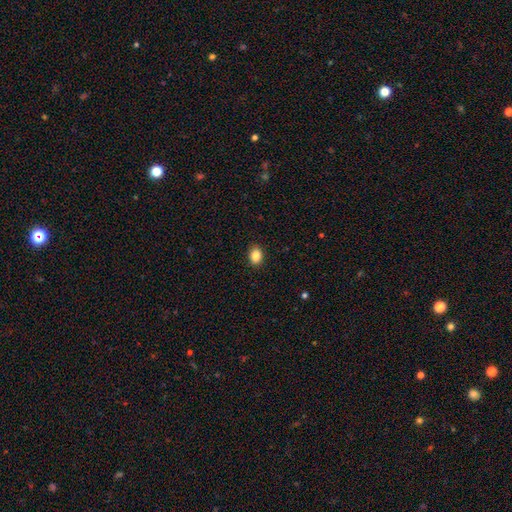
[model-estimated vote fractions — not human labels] Q: Smooth or featured?
A: smooth (87%); runner-up: star or artifact (9%)
Q: How rounded?
A: in between (69%); runner-up: round (30%)
Q: Merging?
A: none (90%); runner-up: minor disturbance (7%)